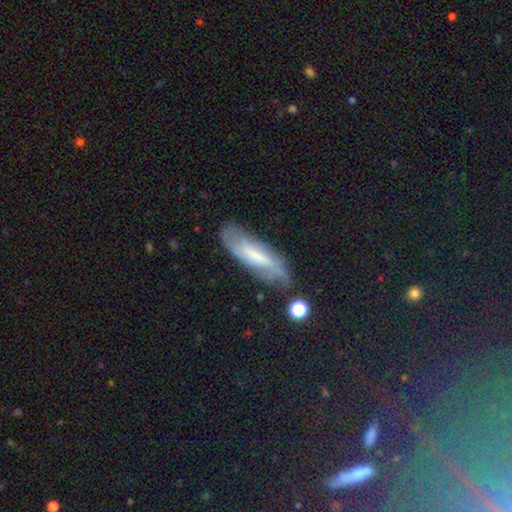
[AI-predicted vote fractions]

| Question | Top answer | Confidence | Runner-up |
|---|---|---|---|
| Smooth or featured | featured or disk | 55% | smooth (37%) |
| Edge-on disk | no | 72% | yes (28%) |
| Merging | none | 65% | minor disturbance (23%) |